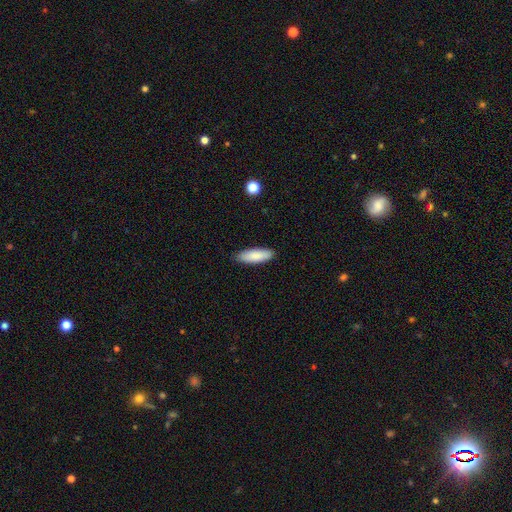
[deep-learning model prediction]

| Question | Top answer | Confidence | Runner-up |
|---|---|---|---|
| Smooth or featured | smooth | 87% | featured or disk (7%) |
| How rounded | in between | 57% | cigar-shaped (42%) |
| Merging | none | 88% | minor disturbance (9%) |